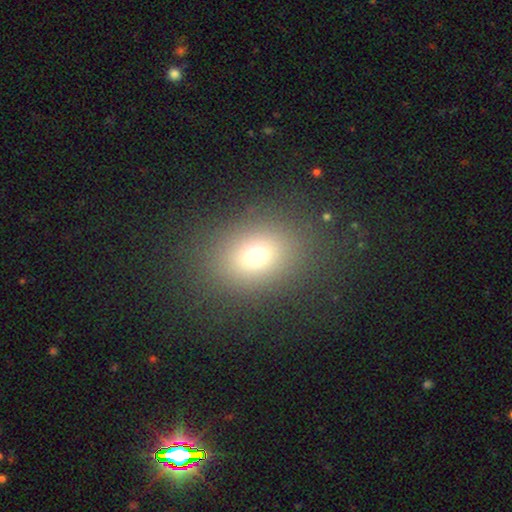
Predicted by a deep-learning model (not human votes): Smooth or featured? Predicted: smooth (p=0.70). How rounded? Predicted: round (p=0.51). Merging? Predicted: none (p=0.84).